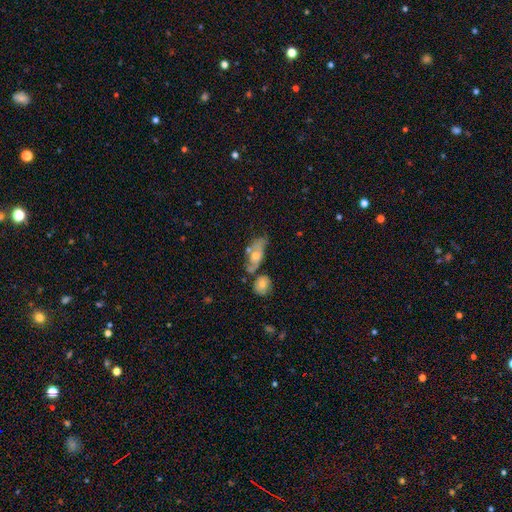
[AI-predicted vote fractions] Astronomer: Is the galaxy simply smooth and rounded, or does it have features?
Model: featured or disk — 49% (runner-up: smooth, 42%).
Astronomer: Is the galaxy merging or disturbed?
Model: none — 41% (runner-up: merger, 24%).